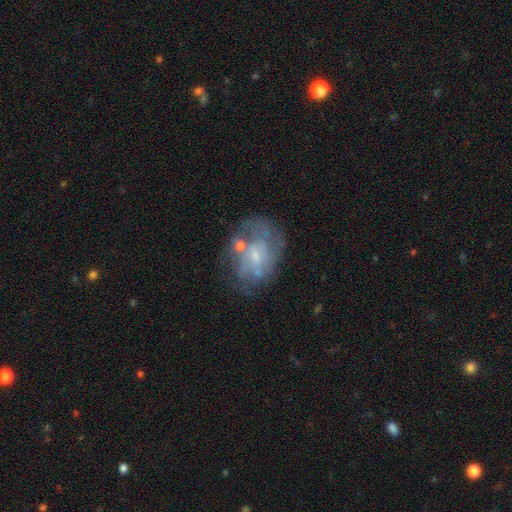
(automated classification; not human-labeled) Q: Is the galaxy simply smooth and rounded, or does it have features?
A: featured or disk — 65%.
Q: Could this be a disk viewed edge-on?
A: no — 97%.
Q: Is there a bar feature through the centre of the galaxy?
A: no — 61%.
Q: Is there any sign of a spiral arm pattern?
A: yes — 55%.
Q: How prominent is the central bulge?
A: small — 58%.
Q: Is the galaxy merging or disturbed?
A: none — 48%.